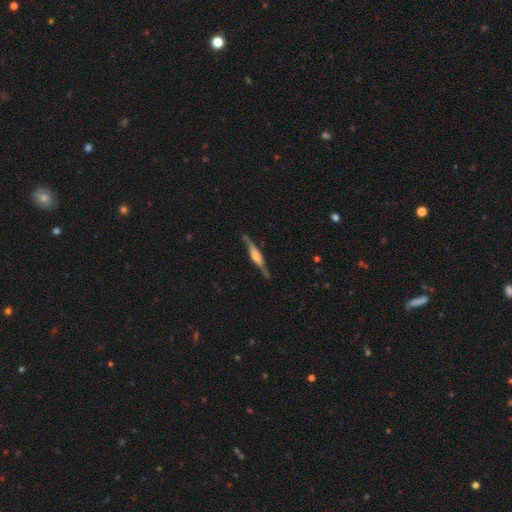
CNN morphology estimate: type=featured or disk (74%); edge-on=yes (95%); edge-on bulge=rounded (56%); merging=none (83%).